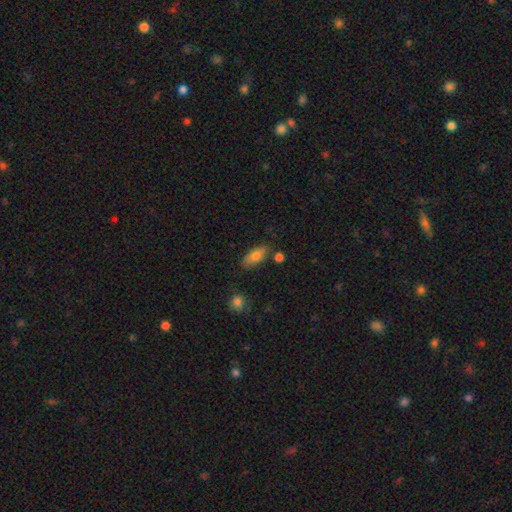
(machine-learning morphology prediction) Smooth or featured? smooth (80%)
How rounded? in between (81%)
Merging? none (75%)